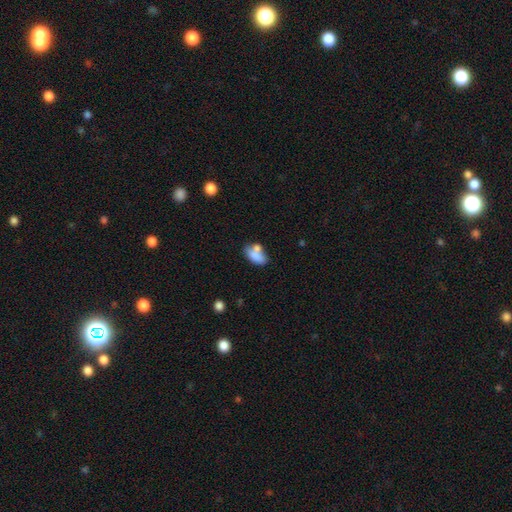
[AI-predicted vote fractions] smooth_or_featured: smooth (p=0.75) [alt: featured or disk p=0.17]
how_rounded: in between (p=0.88) [alt: round p=0.06]
merging: none (p=0.38) [alt: merger p=0.36]